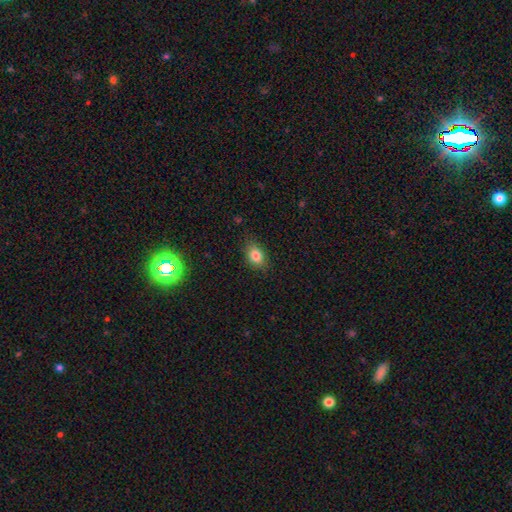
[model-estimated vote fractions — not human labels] This is clearly a smooth galaxy (82%). How rounded: likely in between (71%). Merging: clearly none (82%).